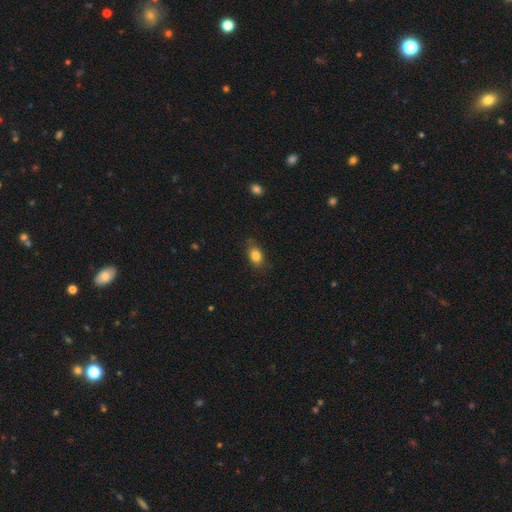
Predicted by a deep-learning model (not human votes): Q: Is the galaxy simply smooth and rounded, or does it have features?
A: smooth — 84%.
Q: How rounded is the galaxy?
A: in between — 80%.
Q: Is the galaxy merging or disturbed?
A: none — 81%.